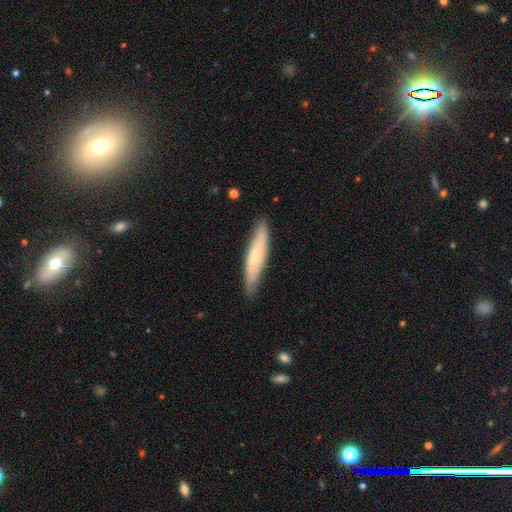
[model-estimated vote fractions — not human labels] Morphology: type=smooth (59%); roundness=cigar-shaped (83%); merging=none (83%).